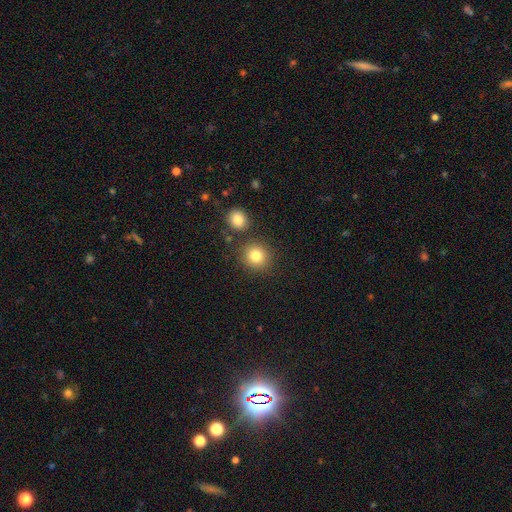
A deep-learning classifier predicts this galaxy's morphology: smooth_or_featured: smooth (p=0.82) [alt: star or artifact p=0.11]
how_rounded: round (p=0.89) [alt: in between p=0.11]
merging: none (p=0.81) [alt: merger p=0.08]